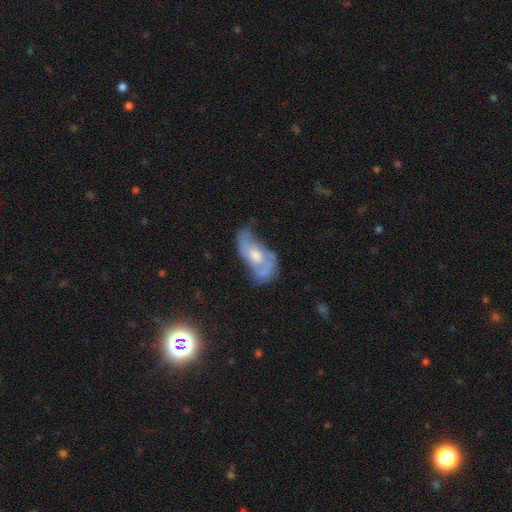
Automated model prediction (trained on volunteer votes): A featured or disk galaxy (66%) with no bar (71%), spiral arms (68%) and a moderate central bulge (62%). Merging: none (41%).